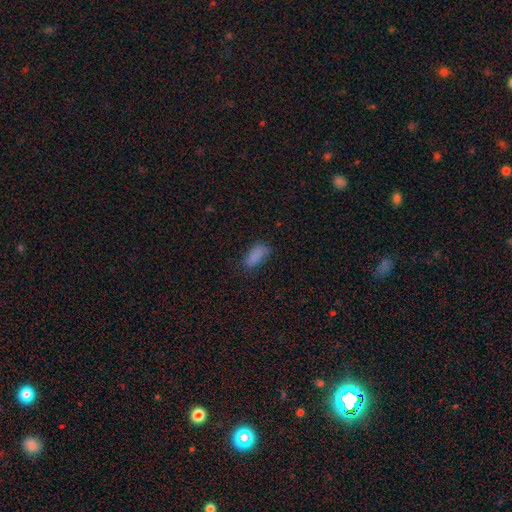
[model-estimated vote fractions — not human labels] The model was most divided on "merging": none: 70%, minor disturbance: 22%, major disturbance: 6%, merger: 2%. More confident: how rounded — in between (87%); smooth or featured — smooth (85%).